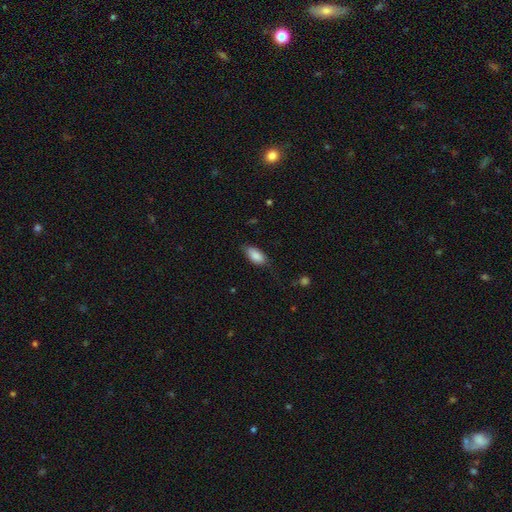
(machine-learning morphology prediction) Smooth or featured: smooth — 86% (featured or disk — 8%)
How rounded: in between — 90% (cigar-shaped — 8%)
Merging: none — 69% (minor disturbance — 23%)